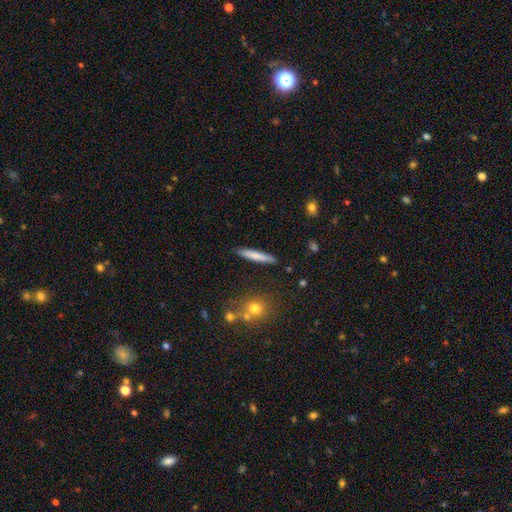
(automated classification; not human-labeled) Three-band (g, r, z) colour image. It shows a smooth galaxy with no disk features (75%) that is cigar-shaped (93%). Merging: none (89%).